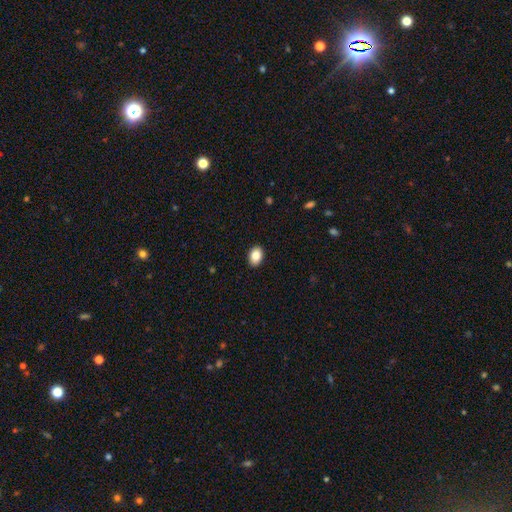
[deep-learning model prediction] This appears to be a smooth galaxy with no disk features (85%) that is in between round and cigar-shaped (83%). Merging: none (90%).